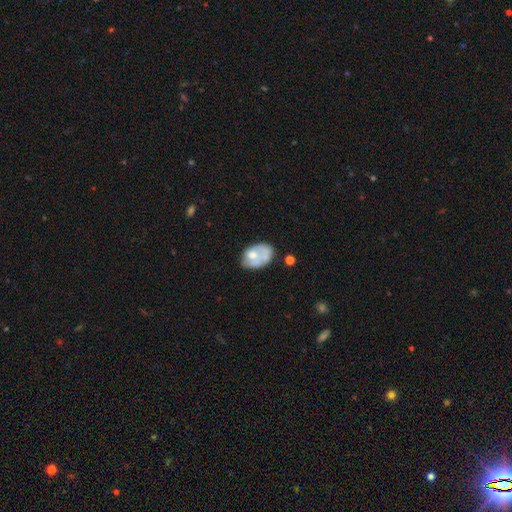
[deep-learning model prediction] Overall: smooth (52%; featured or disk 40%). How rounded: in between (84%). Merging: none (41%; minor disturbance 30%).